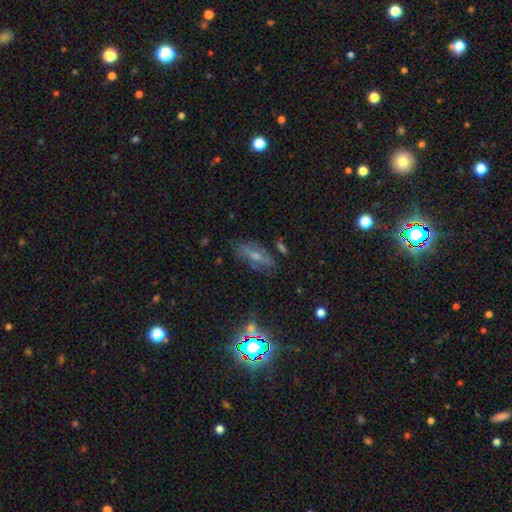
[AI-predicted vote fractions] Smooth or featured: featured or disk — 42% (smooth — 31%)
Merging: none — 72% (minor disturbance — 18%)